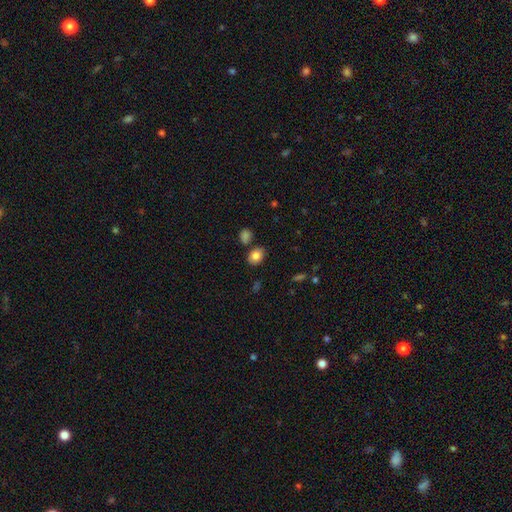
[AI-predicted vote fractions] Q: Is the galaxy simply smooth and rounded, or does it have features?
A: smooth — 83%.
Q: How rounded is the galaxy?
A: in between — 60%.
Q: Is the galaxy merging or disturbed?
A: none — 76%.